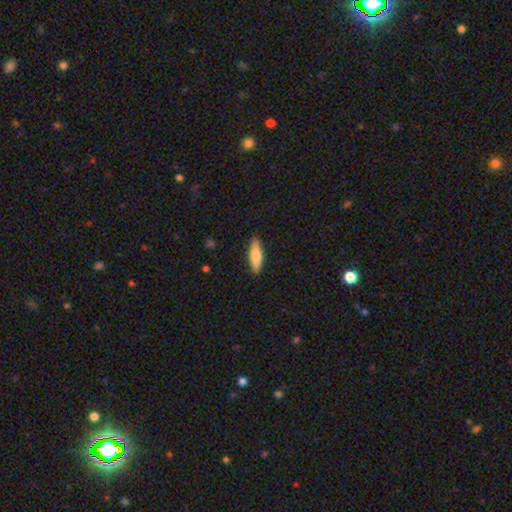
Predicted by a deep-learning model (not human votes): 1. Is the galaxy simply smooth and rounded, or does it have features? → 71% smooth, 23% featured or disk, 5% star or artifact.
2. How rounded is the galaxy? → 59% cigar-shaped, 39% in between, 2% round.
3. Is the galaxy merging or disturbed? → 89% none, 9% minor disturbance, 2% major disturbance, 1% merger.